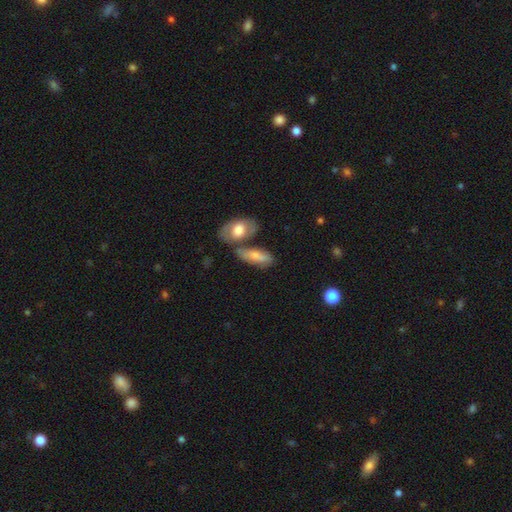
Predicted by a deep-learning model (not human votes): Overall: smooth (68%). How rounded: in between (76%). Merging: none (50%; merger 27%).